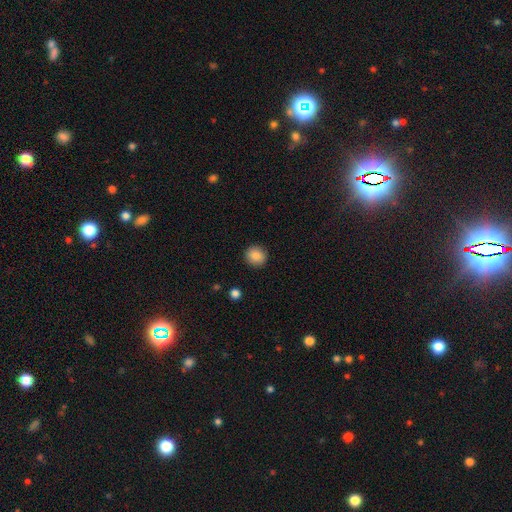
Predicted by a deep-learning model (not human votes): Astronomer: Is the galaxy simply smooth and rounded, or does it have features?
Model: smooth — 87%.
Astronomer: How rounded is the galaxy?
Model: round — 90%.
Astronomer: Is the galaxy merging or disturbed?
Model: none — 91%.